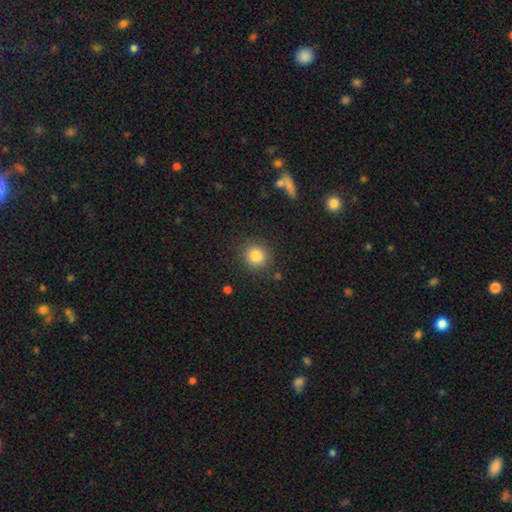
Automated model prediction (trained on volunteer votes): smooth 83%, star or artifact 11%, featured or disk 6%. Down the decision tree: how rounded — round (89%); merging — none (87%).